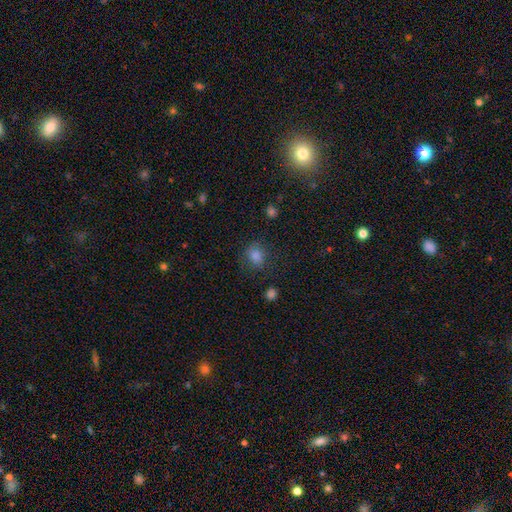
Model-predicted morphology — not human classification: The model was most divided on "how rounded": round: 54%, in between: 44%, cigar-shaped: 1%. More confident: smooth or featured — smooth (78%); merging — none (74%).